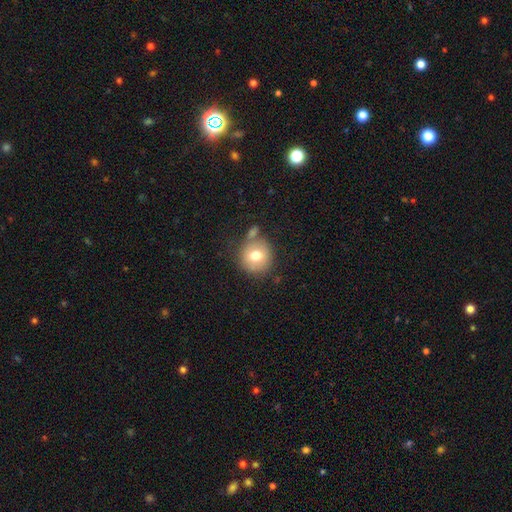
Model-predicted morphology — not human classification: Smooth or featured: smooth — 73% (featured or disk — 18%)
How rounded: round — 91% (in between — 8%)
Merging: none — 67% (merger — 15%)